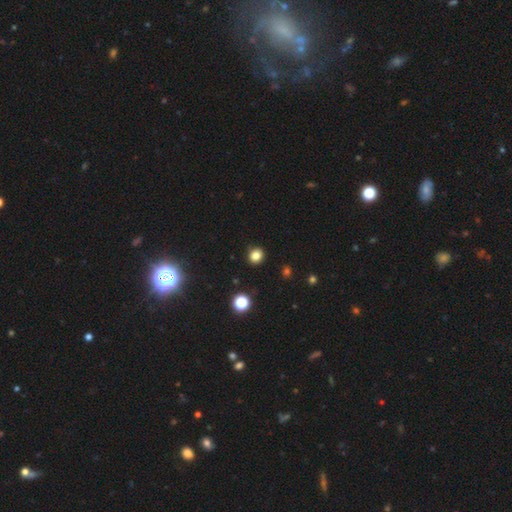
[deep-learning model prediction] Smooth or featured? Predicted: smooth (p=0.82). How rounded? Predicted: round (p=0.79). Merging? Predicted: none (p=0.88).